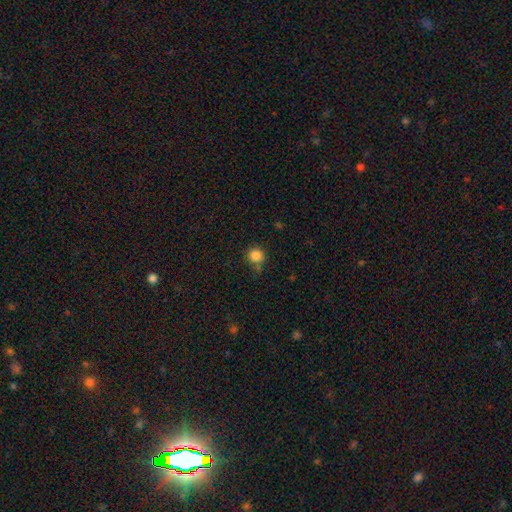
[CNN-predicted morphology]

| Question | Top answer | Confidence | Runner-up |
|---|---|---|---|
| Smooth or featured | smooth | 85% | star or artifact (11%) |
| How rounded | round | 90% | in between (9%) |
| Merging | none | 73% | minor disturbance (16%) |